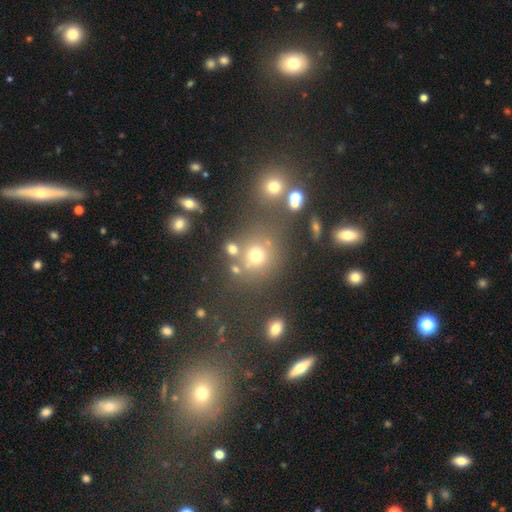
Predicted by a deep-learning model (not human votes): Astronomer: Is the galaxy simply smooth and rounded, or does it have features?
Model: smooth — 67%.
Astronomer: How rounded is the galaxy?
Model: round — 84%.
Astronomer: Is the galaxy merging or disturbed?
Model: none — 67%.